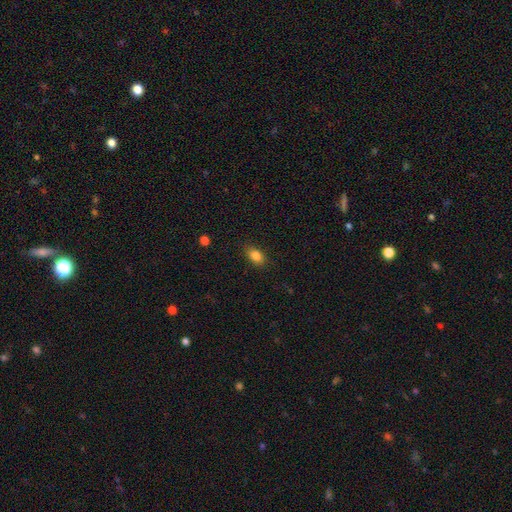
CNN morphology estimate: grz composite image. It shows a smooth galaxy with no disk features (84%) that is in between round and cigar-shaped (87%). Merging: none (85%).